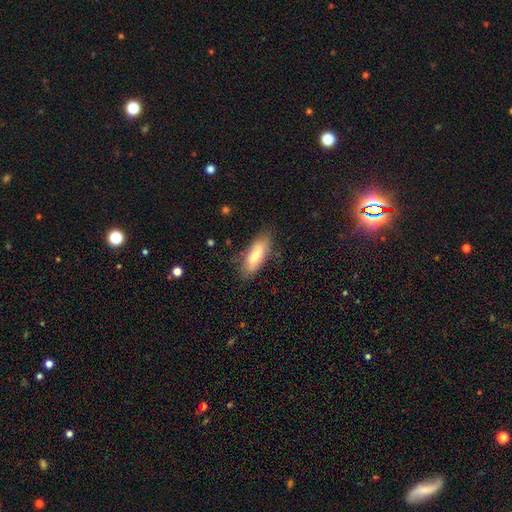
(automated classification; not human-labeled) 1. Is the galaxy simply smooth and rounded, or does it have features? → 70% smooth, 24% featured or disk, 7% star or artifact.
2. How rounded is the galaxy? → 70% in between, 28% cigar-shaped, 2% round.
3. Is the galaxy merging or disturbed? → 79% none, 16% minor disturbance, 4% major disturbance, 1% merger.